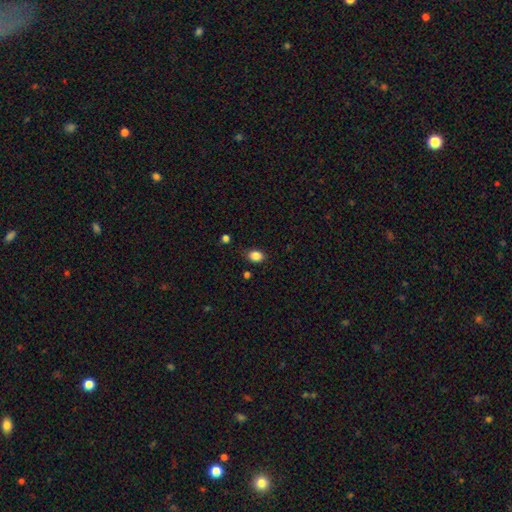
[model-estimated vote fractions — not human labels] smooth-or-featured: smooth: 86% | star or artifact: 10% | featured or disk: 4%
  how-rounded: in between: 67% | round: 31% | cigar-shaped: 1%
  merging: none: 80% | minor disturbance: 14% | major disturbance: 3% | merger: 2%